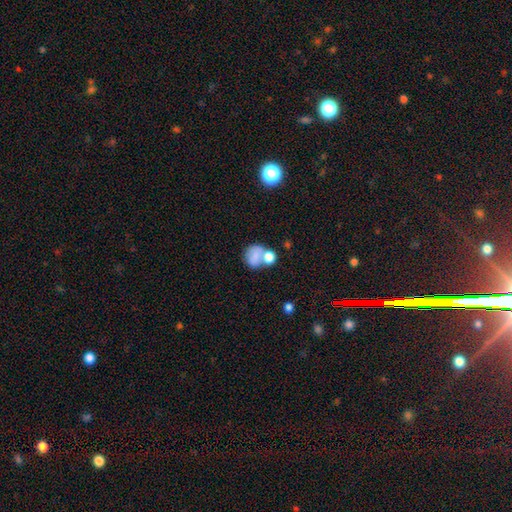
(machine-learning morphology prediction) smooth-or-featured: smooth: 73% | featured or disk: 16% | star or artifact: 11%
  how-rounded: round: 62% | in between: 37% | cigar-shaped: 1%
  merging: merger: 40% | none: 34% | minor disturbance: 15% | major disturbance: 12%